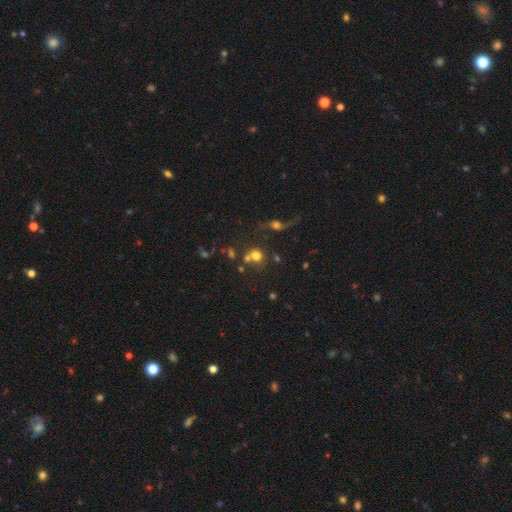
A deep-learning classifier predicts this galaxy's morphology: smooth_or_featured: smooth (p=0.68) [alt: star or artifact p=0.17]
how_rounded: round (p=0.83) [alt: in between p=0.16]
merging: none (p=0.47) [alt: merger p=0.32]